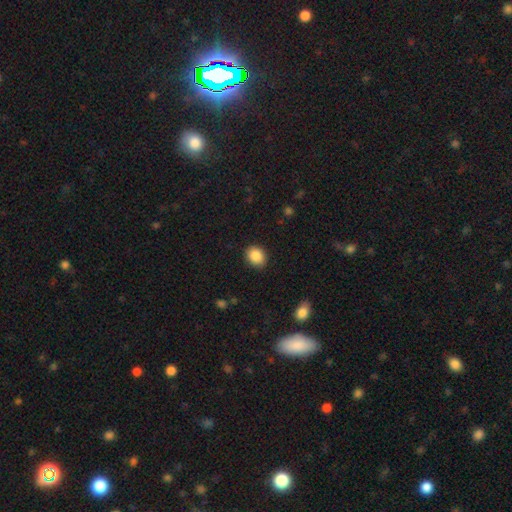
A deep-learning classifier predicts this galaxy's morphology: Smooth or featured? smooth (88%)
How rounded? round (57%)
Merging? none (89%)